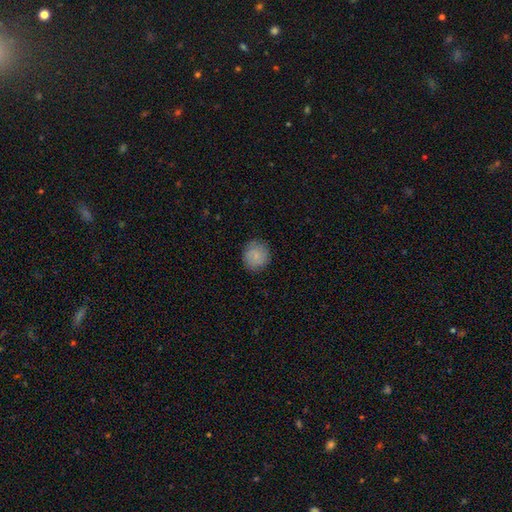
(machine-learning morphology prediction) smooth-or-featured: smooth: 83% | featured or disk: 10% | star or artifact: 8%
  how-rounded: round: 91% | in between: 8% | cigar-shaped: 1%
  merging: none: 86% | minor disturbance: 10% | major disturbance: 3% | merger: 1%